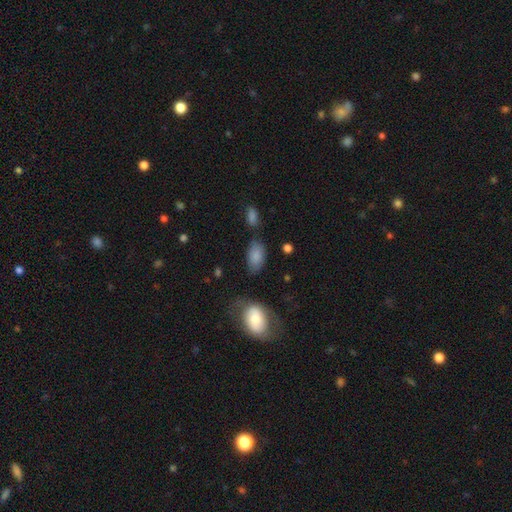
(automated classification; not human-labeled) Smooth or featured? smooth (85%)
How rounded? in between (94%)
Merging? none (71%)